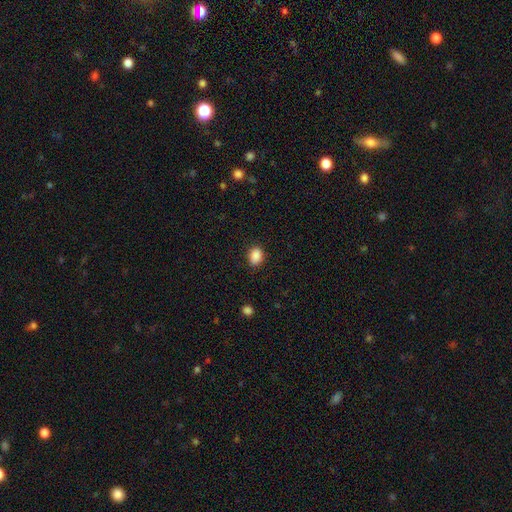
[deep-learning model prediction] Overall: smooth (89%). How rounded: in between (64%; round 35%). Merging: none (85%).